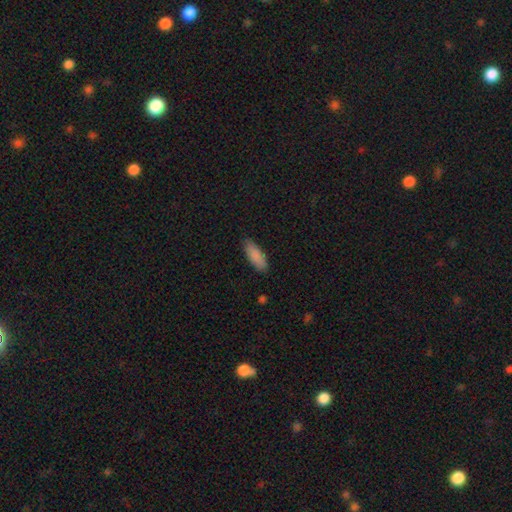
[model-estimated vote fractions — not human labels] Overall: smooth (89%). How rounded: in between (73%). Merging: none (83%).